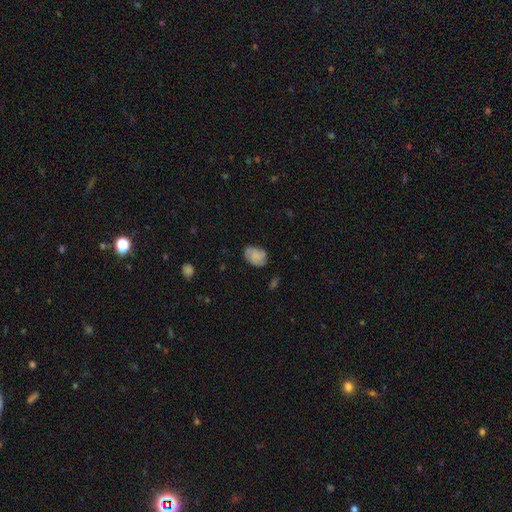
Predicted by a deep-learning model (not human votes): This appears to be a smooth galaxy with no disk features (62%) that is in between round and cigar-shaped (77%). Merging: none (72%).